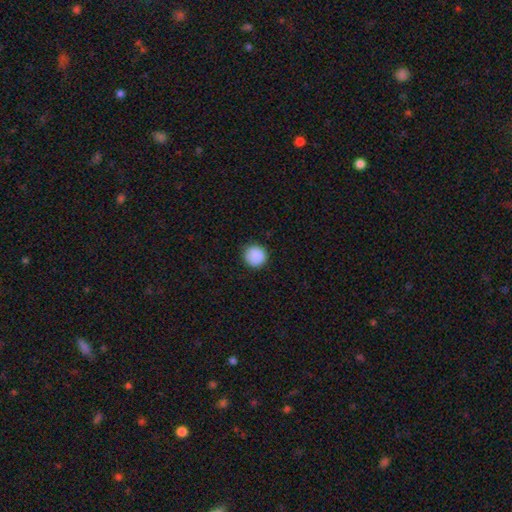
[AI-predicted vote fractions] smooth_or_featured: smooth (p=0.89) [alt: star or artifact p=0.08]
how_rounded: round (p=0.95) [alt: in between p=0.05]
merging: none (p=0.90) [alt: minor disturbance p=0.07]